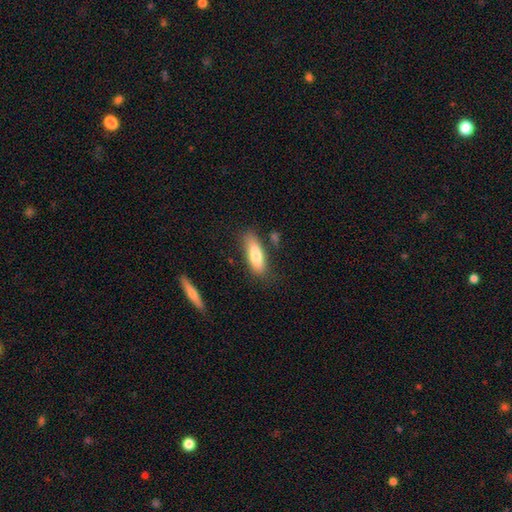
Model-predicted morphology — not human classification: smooth_or_featured: smooth (p=0.80) [alt: featured or disk p=0.14]
how_rounded: in between (p=0.59) [alt: cigar-shaped p=0.39]
merging: none (p=0.69) [alt: minor disturbance p=0.20]